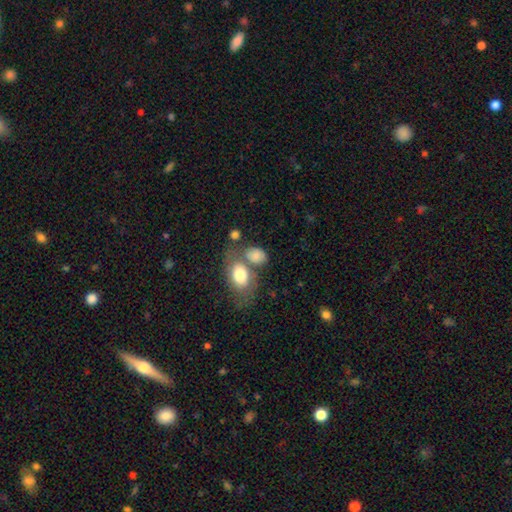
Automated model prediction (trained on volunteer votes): The model was most divided on "merging": none: 40%, merger: 35%, minor disturbance: 16%, major disturbance: 9%. More confident: smooth or featured — smooth (79%); how rounded — in between (75%).